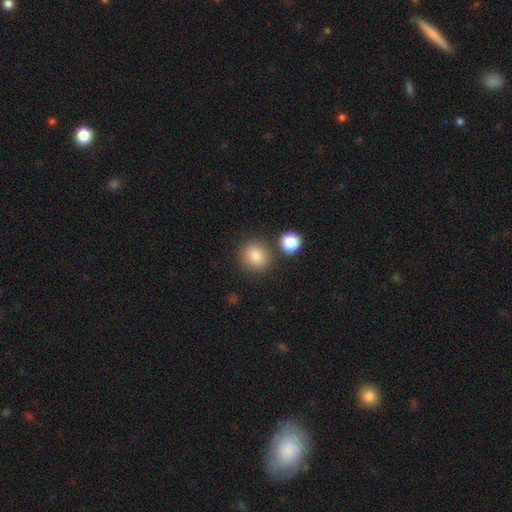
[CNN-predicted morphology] The model was most divided on "how rounded": round: 82%, in between: 17%, cigar-shaped: 1%. More confident: smooth or featured — smooth (85%); merging — none (77%).